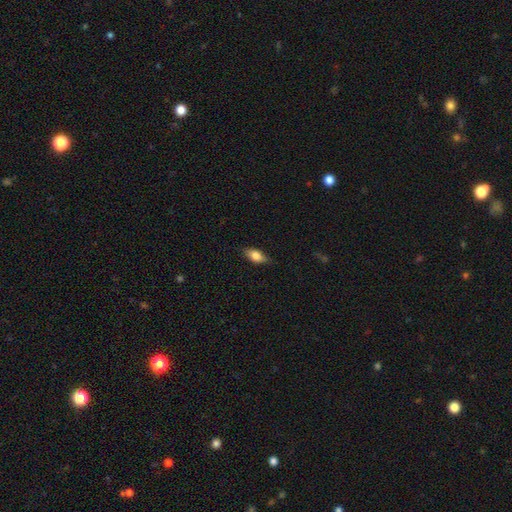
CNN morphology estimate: Q: Smooth or featured?
A: smooth (80%); runner-up: featured or disk (13%)
Q: How rounded?
A: in between (85%); runner-up: cigar-shaped (10%)
Q: Merging?
A: none (80%); runner-up: minor disturbance (16%)